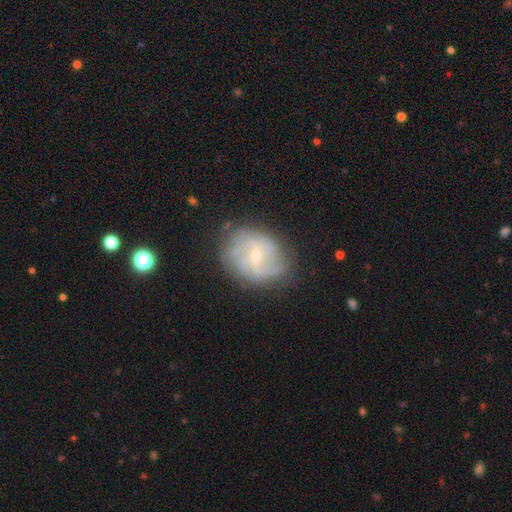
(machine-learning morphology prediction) type=featured or disk (62%); edge-on=no (97%); bar=weak (57%); spiral arms=yes (65%); bulge=small (58%); merging=none (65%).